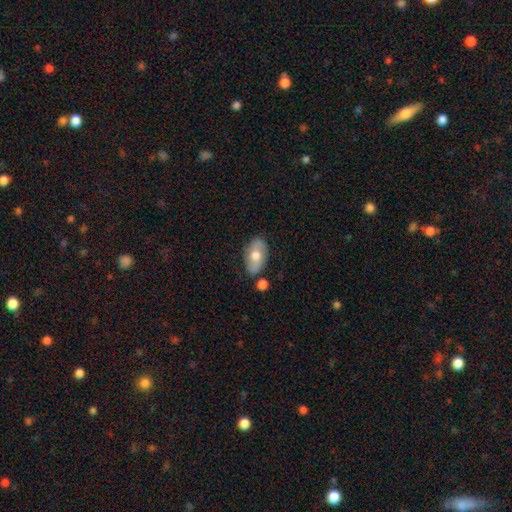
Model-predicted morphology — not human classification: Q: Smooth or featured?
A: smooth (64%); runner-up: featured or disk (29%)
Q: How rounded?
A: in between (92%); runner-up: round (6%)
Q: Merging?
A: none (75%); runner-up: minor disturbance (15%)